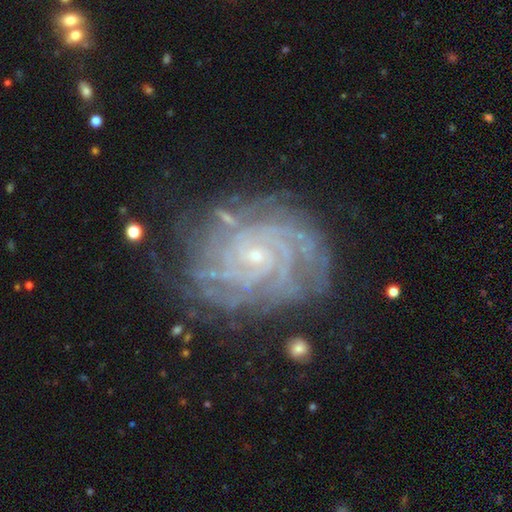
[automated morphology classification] Smooth or featured? featured or disk (89%)
Edge-on disk? no (98%)
Bar? no (70%)
Spiral arms? yes (98%)
Spiral winding? tight (80%)
Spiral arm count? more than 4 (24%)
Bulge size? small (84%)
Merging? none (75%)